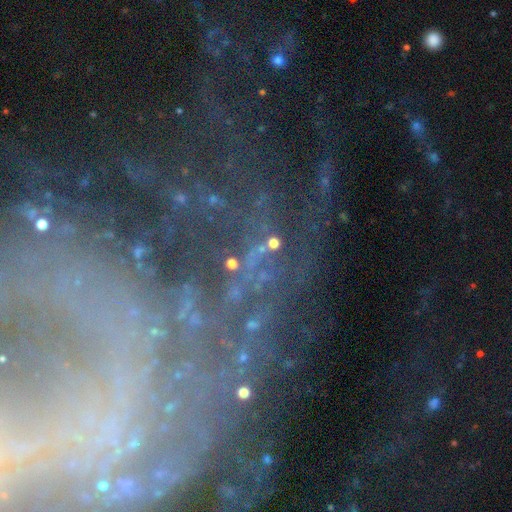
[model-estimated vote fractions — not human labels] smooth_or_featured: featured or disk (p=0.47) [alt: star or artifact p=0.41]
merging: none (p=0.60) [alt: major disturbance p=0.17]